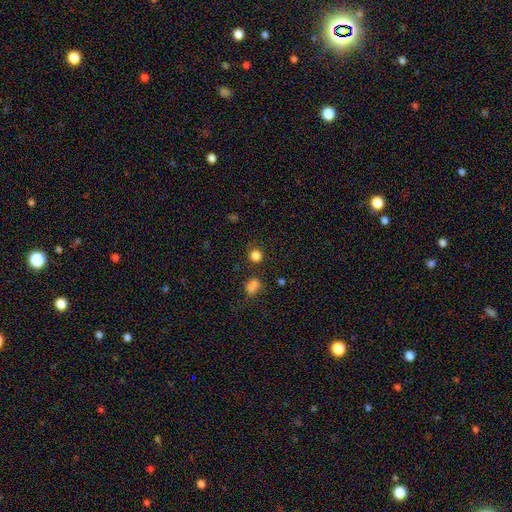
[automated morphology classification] A smooth galaxy with no disk features (81%) that is round (88%).

Vote fractions:
- Smooth or featured? smooth: 81% / star or artifact: 14% / featured or disk: 4%
- How rounded? round: 88% / in between: 11% / cigar-shaped: 1%
- Merging? none: 75% / minor disturbance: 13% / merger: 6% / major disturbance: 5%